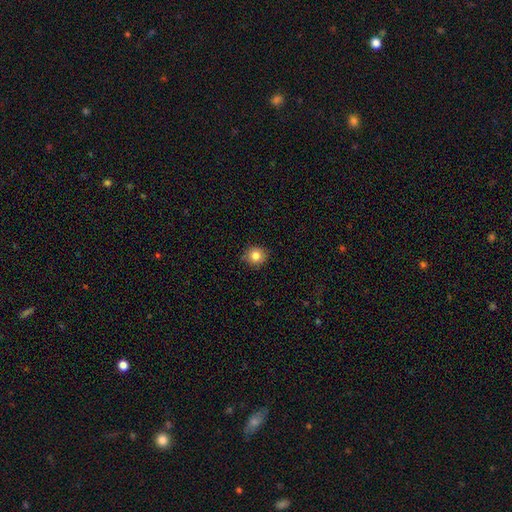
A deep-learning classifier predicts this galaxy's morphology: smooth 82%, star or artifact 11%, featured or disk 8%. Down the decision tree: how rounded — round (87%); merging — none (87%).